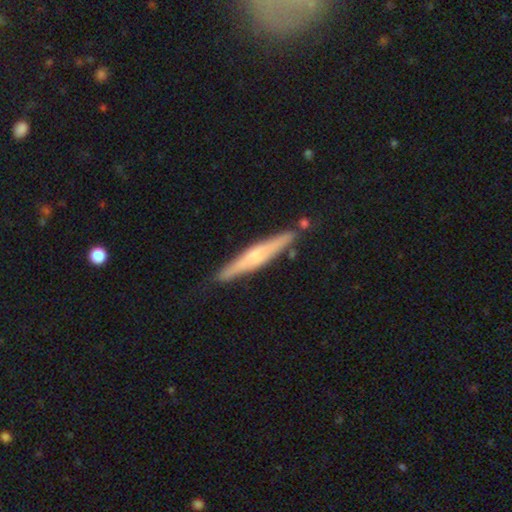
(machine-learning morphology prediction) type=featured or disk (52%); edge-on=yes (95%); merging=none (82%).